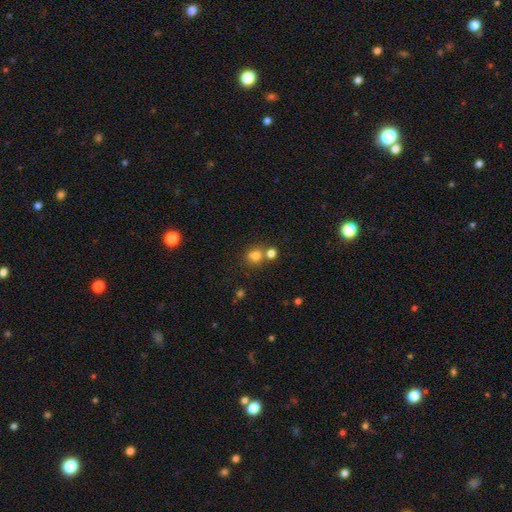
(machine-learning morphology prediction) Q: Smooth or featured?
A: smooth (76%); runner-up: star or artifact (15%)
Q: How rounded?
A: round (79%); runner-up: in between (20%)
Q: Merging?
A: none (56%); runner-up: merger (32%)